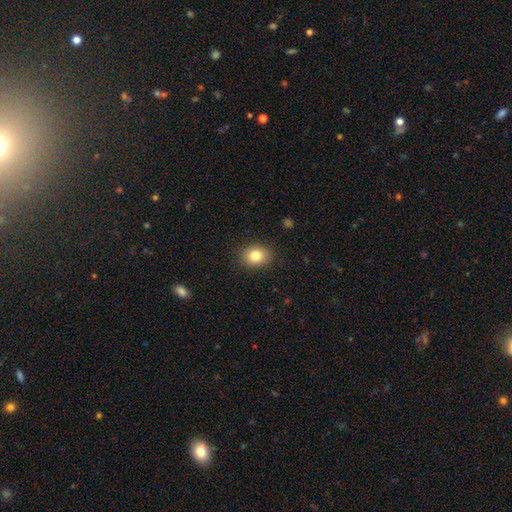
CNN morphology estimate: smooth 82%, star or artifact 10%, featured or disk 8%. Down the decision tree: how rounded — round (60%); merging — none (89%).